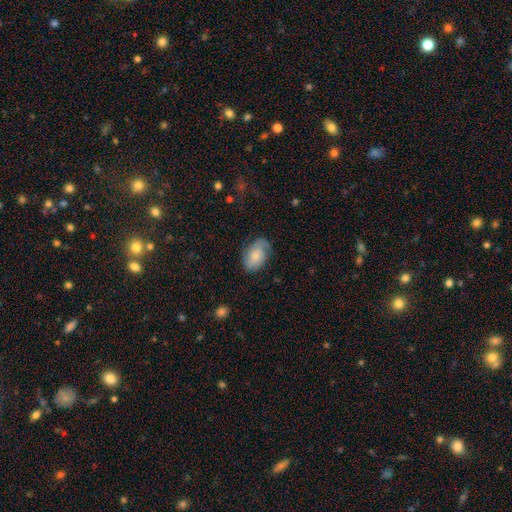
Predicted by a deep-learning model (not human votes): This appears to be a smooth galaxy with no disk features (51%) that is in between round and cigar-shaped (88%). Merging: none (70%).